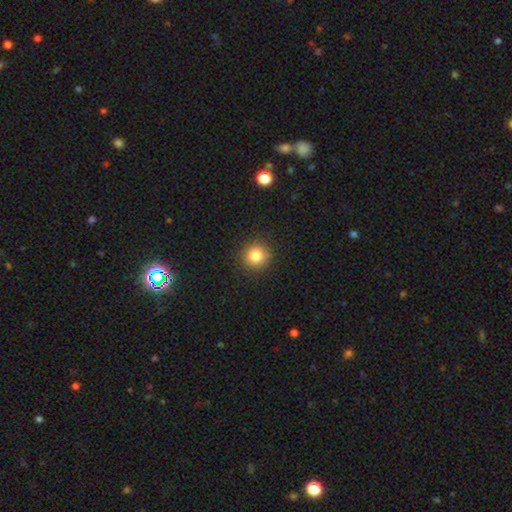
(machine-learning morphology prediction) This appears to be a smooth galaxy with no disk features (82%) that is round (93%). Merging: none (91%).